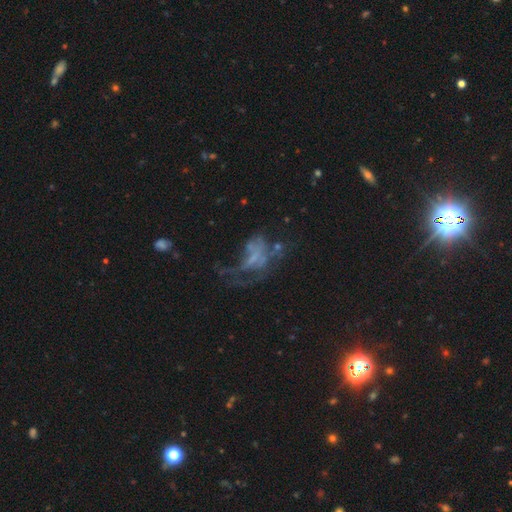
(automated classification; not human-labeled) featured or disk 56%, smooth 24%, star or artifact 20%. Down the decision tree: edge-on disk — no (96%); bar — no (76%); spiral arms — no (73%); bulge size — none (67%); merging — major disturbance (55%).